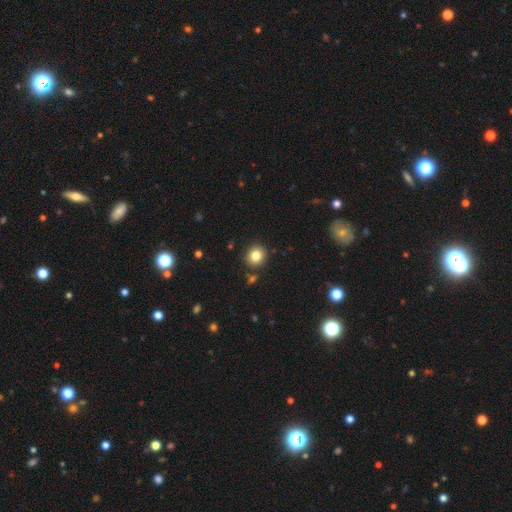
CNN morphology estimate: smooth_or_featured: smooth (p=0.83) [alt: star or artifact p=0.11]
how_rounded: round (p=0.82) [alt: in between p=0.17]
merging: none (p=0.87) [alt: minor disturbance p=0.07]